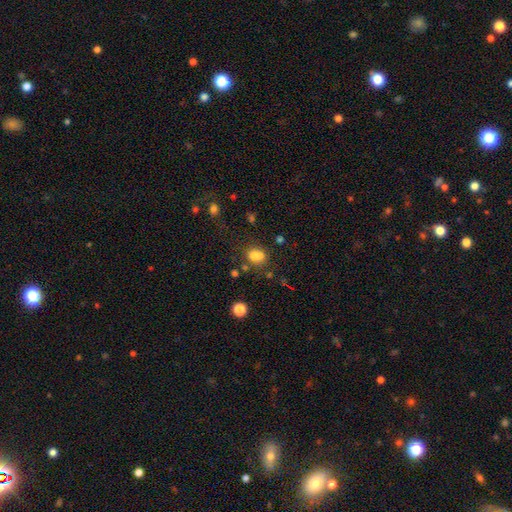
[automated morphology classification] smooth 76%, star or artifact 14%, featured or disk 10%. Down the decision tree: how rounded — in between (52%); merging — none (50%).